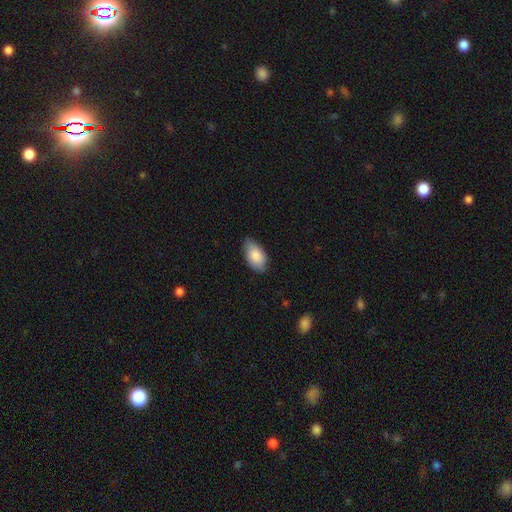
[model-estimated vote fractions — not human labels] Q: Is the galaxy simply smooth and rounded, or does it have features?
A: smooth — 85%.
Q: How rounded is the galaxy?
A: in between — 94%.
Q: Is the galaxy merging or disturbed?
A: none — 76%.